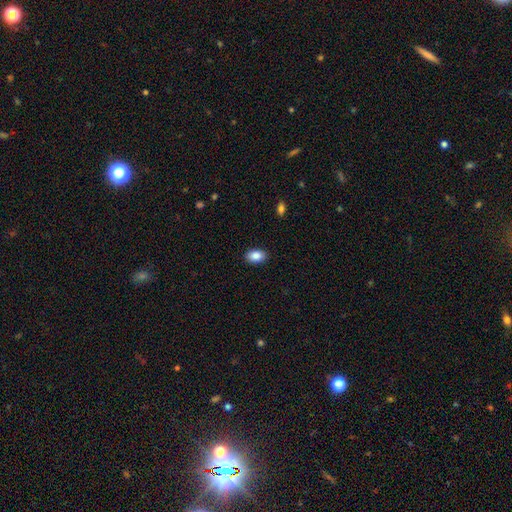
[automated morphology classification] Q: Smooth or featured?
A: smooth (89%); runner-up: star or artifact (7%)
Q: How rounded?
A: in between (89%); runner-up: round (10%)
Q: Merging?
A: none (89%); runner-up: minor disturbance (8%)